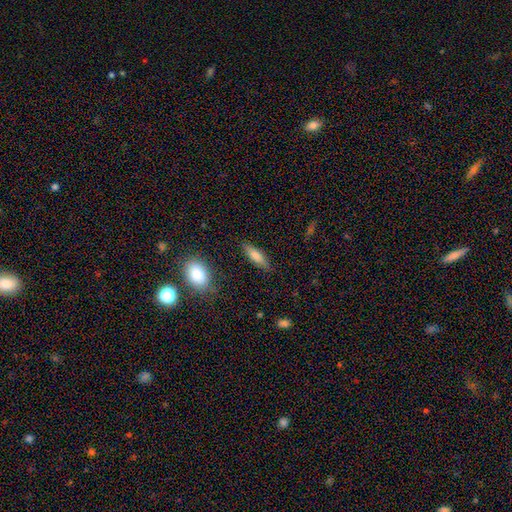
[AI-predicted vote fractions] The model was most divided on "how rounded": cigar-shaped: 61%, in between: 37%, round: 2%. More confident: merging — none (85%); smooth or featured — smooth (74%).